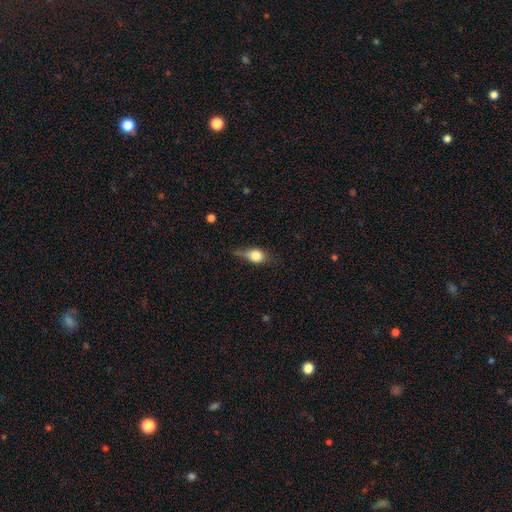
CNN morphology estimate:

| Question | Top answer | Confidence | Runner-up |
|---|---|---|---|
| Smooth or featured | smooth | 67% | featured or disk (23%) |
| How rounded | in between | 53% | round (40%) |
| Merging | none | 40% | minor disturbance (37%) |